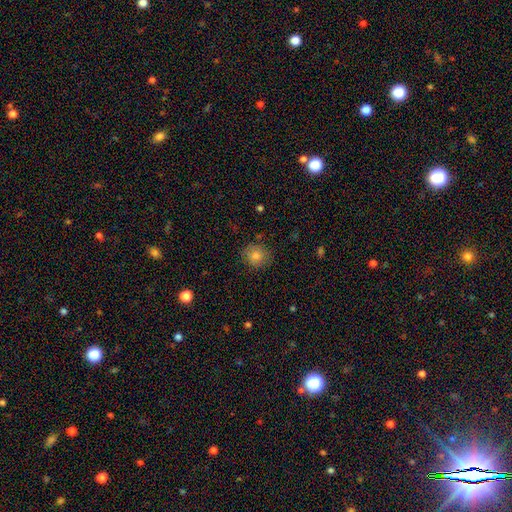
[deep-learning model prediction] Morphology: type=smooth (78%); roundness=round (81%); merging=none (84%).